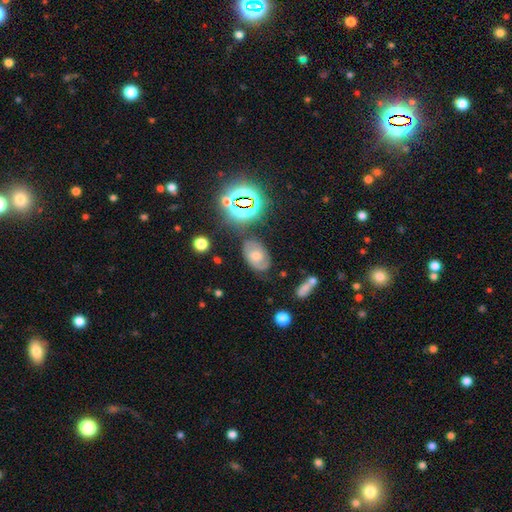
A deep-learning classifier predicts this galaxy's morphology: type=featured or disk (42%); merging=none (73%).